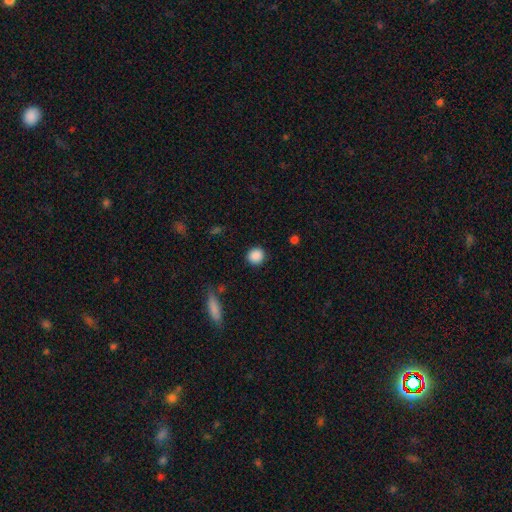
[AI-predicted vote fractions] The model was most divided on "how rounded": round: 89%, in between: 10%, cigar-shaped: 1%. More confident: merging — none (89%); smooth or featured — smooth (88%).